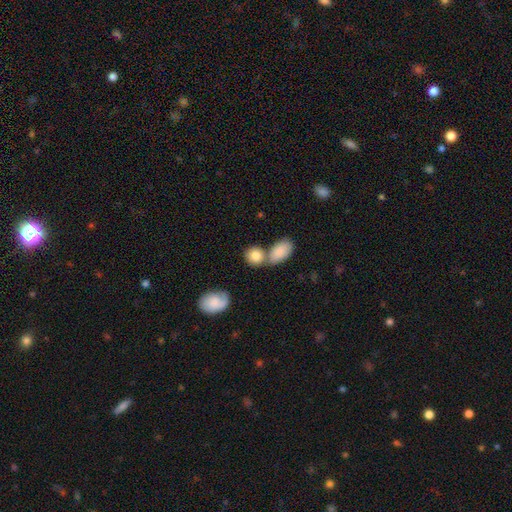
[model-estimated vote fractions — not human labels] Smooth or featured: smooth — 83% (featured or disk — 10%)
How rounded: round — 59% (in between — 39%)
Merging: none — 47% (merger — 38%)